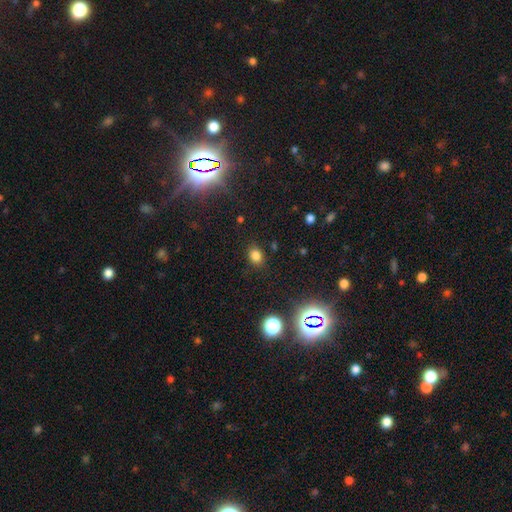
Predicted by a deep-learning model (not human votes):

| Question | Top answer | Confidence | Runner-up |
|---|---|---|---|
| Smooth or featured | smooth | 79% | star or artifact (16%) |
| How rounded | in between | 53% | round (46%) |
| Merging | none | 85% | minor disturbance (10%) |